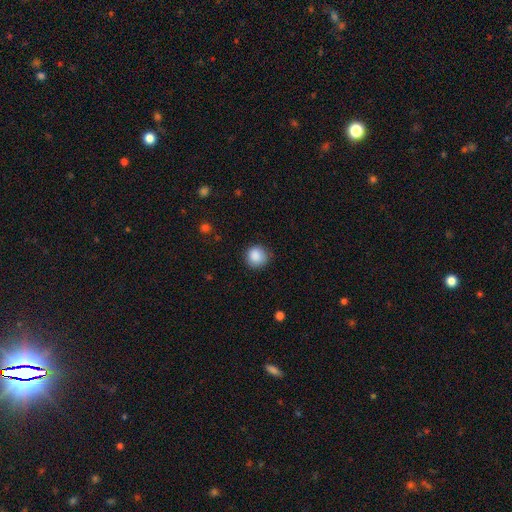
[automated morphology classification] The model was most divided on "merging": none: 83%, minor disturbance: 13%, major disturbance: 3%, merger: 1%. More confident: how rounded — round (92%); smooth or featured — smooth (88%).